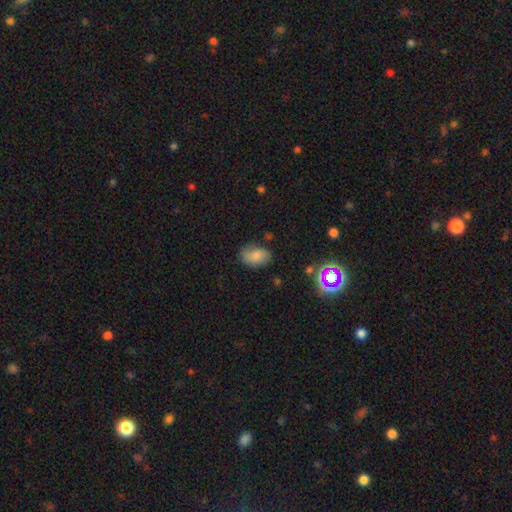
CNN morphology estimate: Q: Smooth or featured?
A: smooth (76%); runner-up: featured or disk (14%)
Q: How rounded?
A: in between (84%); runner-up: round (14%)
Q: Merging?
A: none (65%); runner-up: minor disturbance (25%)